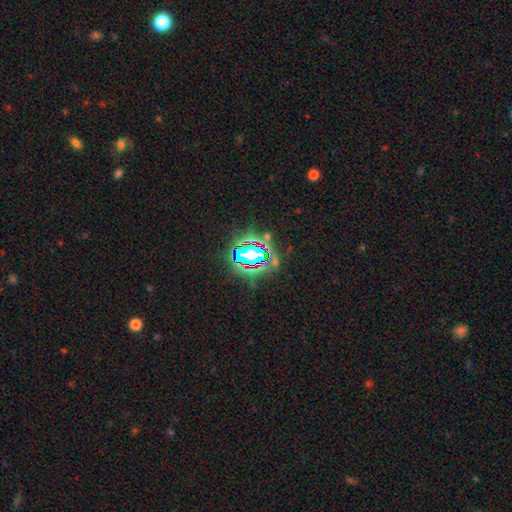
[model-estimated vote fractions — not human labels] The model was most divided on "smooth or featured": star or artifact: 78%, smooth: 13%, featured or disk: 9%.